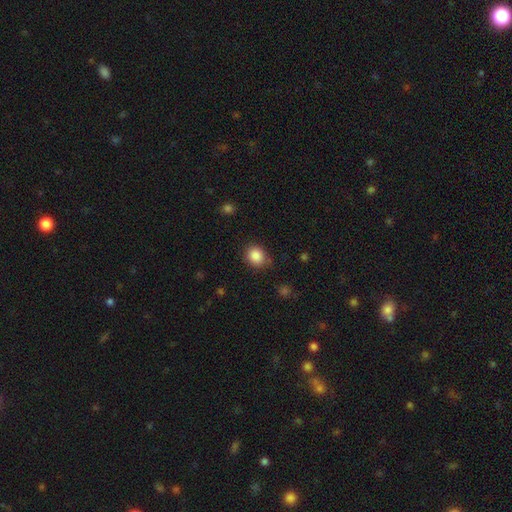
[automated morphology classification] Q: Smooth or featured?
A: smooth (86%); runner-up: star or artifact (10%)
Q: How rounded?
A: round (75%); runner-up: in between (25%)
Q: Merging?
A: none (77%); runner-up: minor disturbance (17%)